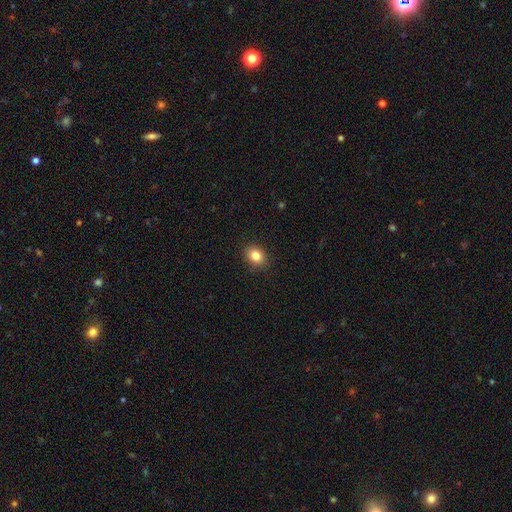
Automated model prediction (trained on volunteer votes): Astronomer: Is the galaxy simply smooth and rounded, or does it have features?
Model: smooth — 84%.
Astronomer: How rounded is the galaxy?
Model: in between — 53% (runner-up: round, 46%).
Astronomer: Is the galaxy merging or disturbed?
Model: none — 89%.